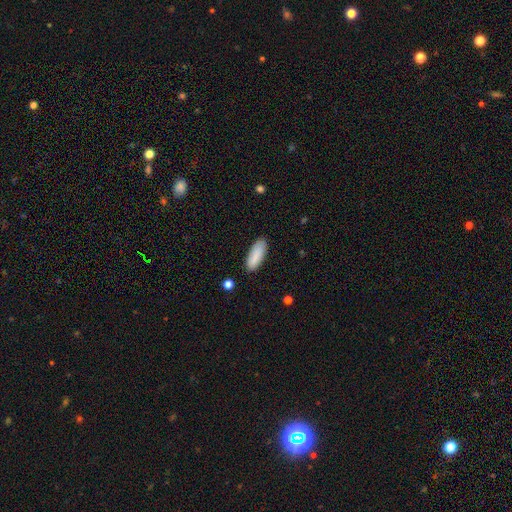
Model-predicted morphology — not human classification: Smooth or featured?
  - smooth: 87% *
  - featured or disk: 6%
  - star or artifact: 6%
How rounded?
  - in between: 70% *
  - cigar-shaped: 28%
  - round: 1%
Merging?
  - none: 85% *
  - minor disturbance: 11%
  - major disturbance: 2%
  - merger: 1%